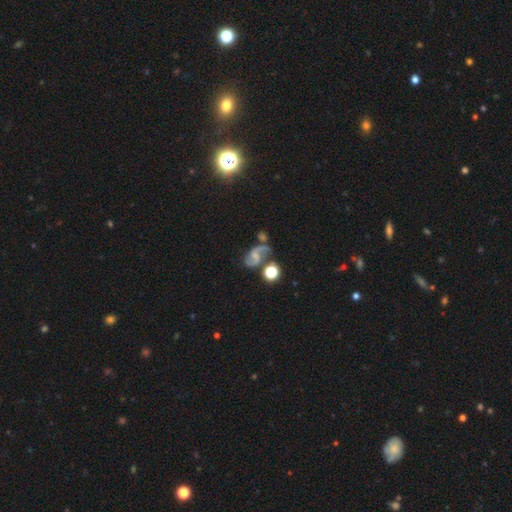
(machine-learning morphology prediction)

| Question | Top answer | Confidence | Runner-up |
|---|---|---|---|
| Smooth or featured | featured or disk | 81% | smooth (10%) |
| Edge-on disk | no | 98% | yes (2%) |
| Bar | weak | 46% | no (40%) |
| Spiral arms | yes | 95% | no (5%) |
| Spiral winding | medium | 45% | loose (44%) |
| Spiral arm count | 2 | 90% | 1 (4%) |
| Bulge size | small | 51% | moderate (29%) |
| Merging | none | 51% | merger (19%) |